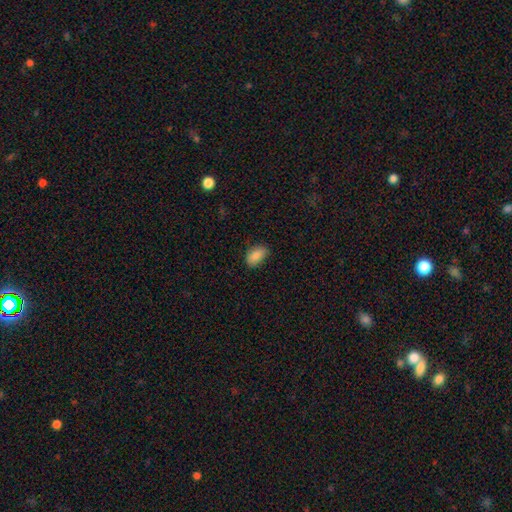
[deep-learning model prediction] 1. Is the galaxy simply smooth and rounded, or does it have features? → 87% smooth, 8% star or artifact, 5% featured or disk.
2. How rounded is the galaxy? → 91% in between, 7% round, 2% cigar-shaped.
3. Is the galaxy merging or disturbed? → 77% none, 19% minor disturbance, 3% major disturbance, 1% merger.